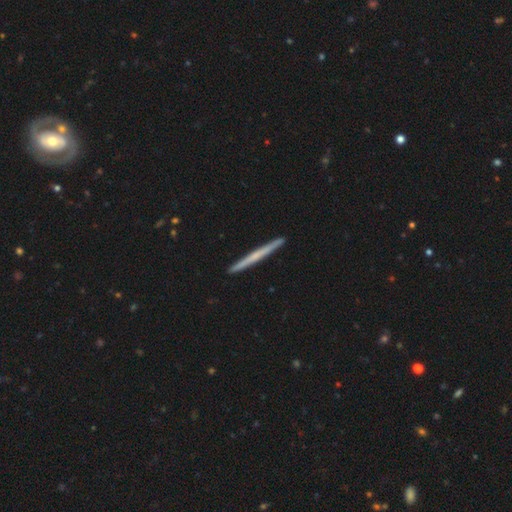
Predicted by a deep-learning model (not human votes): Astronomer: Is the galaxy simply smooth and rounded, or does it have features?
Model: featured or disk — 52% (runner-up: smooth, 43%).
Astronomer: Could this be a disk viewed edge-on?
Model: yes — 98%.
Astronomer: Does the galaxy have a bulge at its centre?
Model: none — 77%.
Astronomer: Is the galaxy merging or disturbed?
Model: none — 93%.